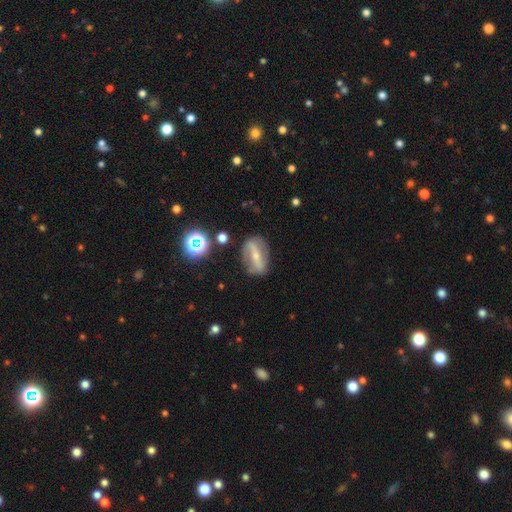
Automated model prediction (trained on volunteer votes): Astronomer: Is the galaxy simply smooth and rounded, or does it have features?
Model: featured or disk — 67%.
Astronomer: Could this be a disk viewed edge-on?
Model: no — 84%.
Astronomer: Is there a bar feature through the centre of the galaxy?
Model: strong — 69%.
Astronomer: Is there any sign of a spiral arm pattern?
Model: yes — 62% (runner-up: no, 38%).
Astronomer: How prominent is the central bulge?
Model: small — 56% (runner-up: moderate, 37%).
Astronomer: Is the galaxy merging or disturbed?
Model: none — 77%.